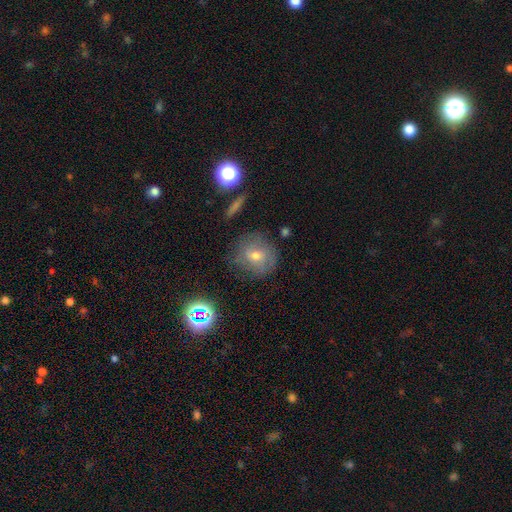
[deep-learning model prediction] This is possibly a smooth galaxy (50%). Merging: likely none (73%).